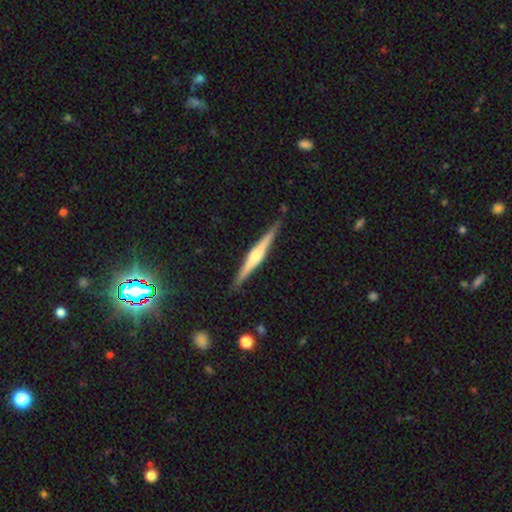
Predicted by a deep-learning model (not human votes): smooth_or_featured: featured or disk (p=0.71) [alt: smooth p=0.23]
disk_edge_on: yes (p=0.98) [alt: no p=0.02]
edge_on_bulge: rounded (p=0.72) [alt: boxy p=0.16]
merging: none (p=0.89) [alt: minor disturbance p=0.08]